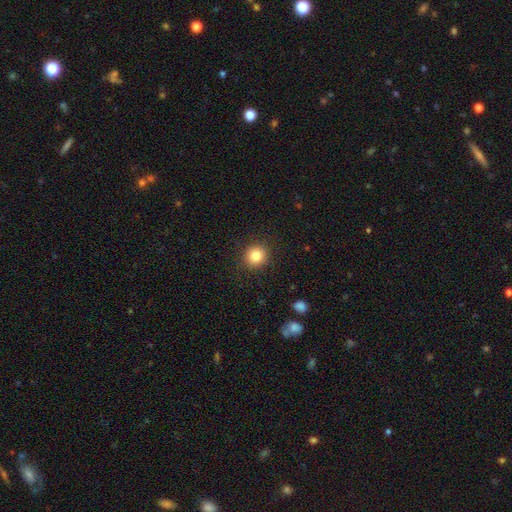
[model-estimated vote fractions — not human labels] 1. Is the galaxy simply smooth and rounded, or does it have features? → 84% smooth, 10% star or artifact, 6% featured or disk.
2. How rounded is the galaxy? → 87% round, 12% in between, 1% cigar-shaped.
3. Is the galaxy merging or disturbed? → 90% none, 6% minor disturbance, 2% major disturbance, 1% merger.